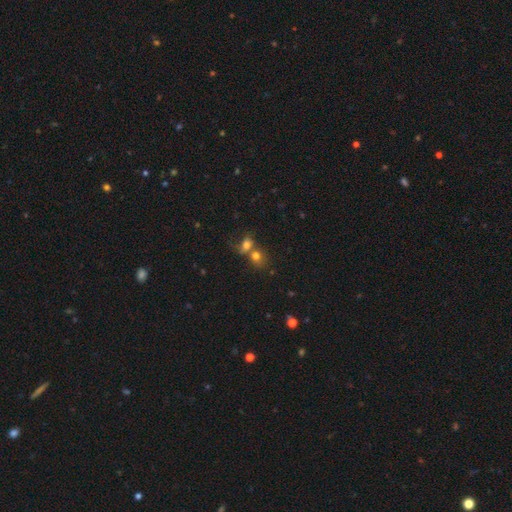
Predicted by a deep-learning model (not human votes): smooth_or_featured: smooth (p=0.73) [alt: star or artifact p=0.14]
how_rounded: round (p=0.61) [alt: in between p=0.38]
merging: merger (p=0.60) [alt: none p=0.27]